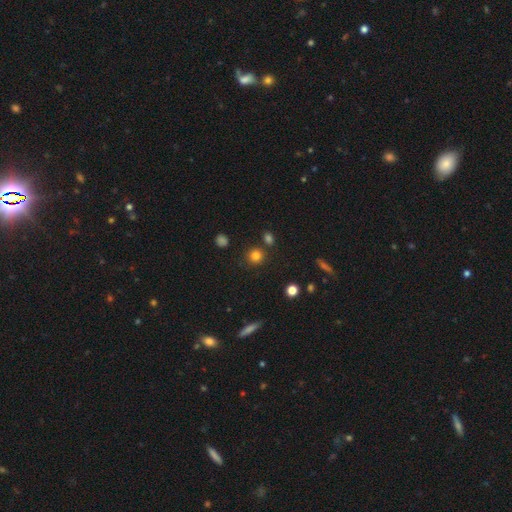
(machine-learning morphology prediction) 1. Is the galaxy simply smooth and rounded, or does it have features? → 80% smooth, 14% star or artifact, 6% featured or disk.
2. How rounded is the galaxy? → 91% round, 8% in between, 1% cigar-shaped.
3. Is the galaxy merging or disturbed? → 81% none, 8% merger, 8% minor disturbance, 3% major disturbance.